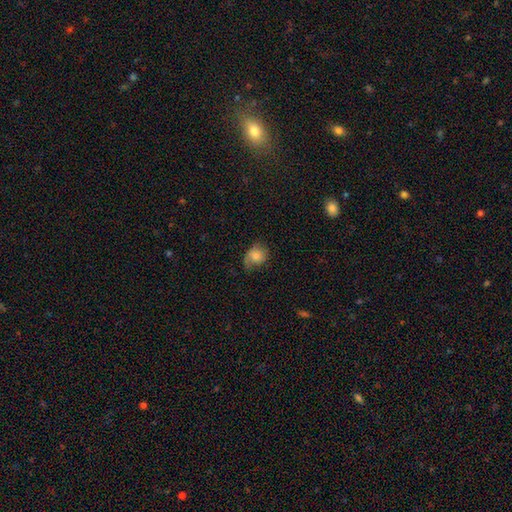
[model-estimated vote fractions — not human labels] smooth 68%, featured or disk 23%, star or artifact 8%. Down the decision tree: how rounded — round (56%); merging — none (43%).